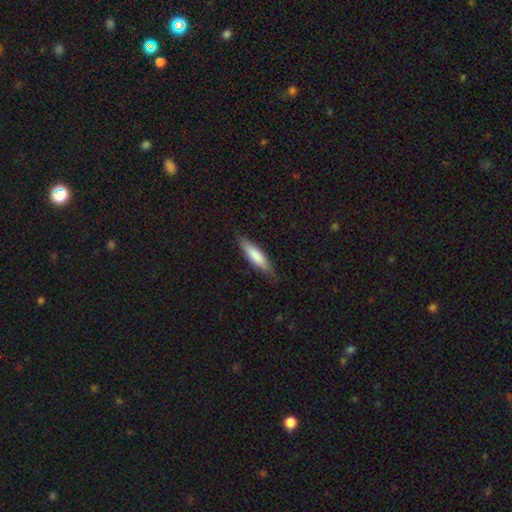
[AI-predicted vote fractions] Q: Smooth or featured?
A: smooth (77%); runner-up: featured or disk (17%)
Q: How rounded?
A: cigar-shaped (62%); runner-up: in between (37%)
Q: Merging?
A: none (82%); runner-up: minor disturbance (15%)